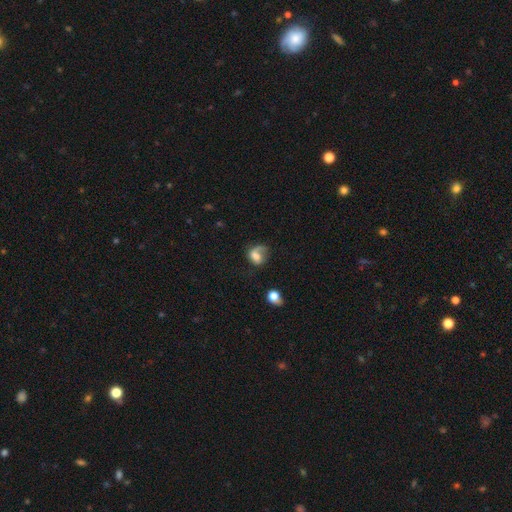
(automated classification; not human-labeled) smooth_or_featured: smooth (p=0.49) [alt: featured or disk p=0.40]
merging: major disturbance (p=0.37) [alt: none p=0.34]